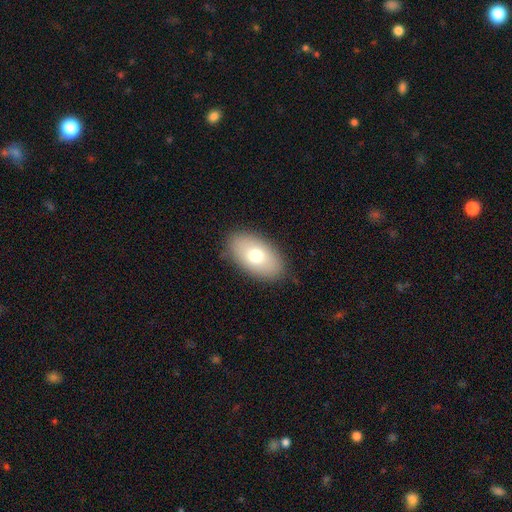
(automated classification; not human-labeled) Smooth or featured? smooth (72%)
How rounded? in between (93%)
Merging? none (86%)